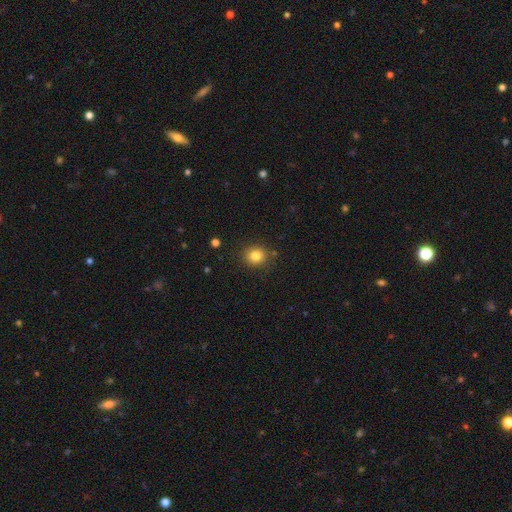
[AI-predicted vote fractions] smooth 82%, star or artifact 12%, featured or disk 6%. Down the decision tree: how rounded — round (85%); merging — none (87%).